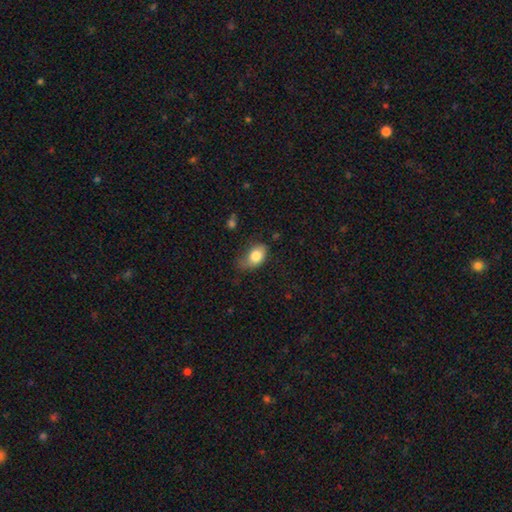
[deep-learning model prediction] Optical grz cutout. It shows a smooth galaxy with no disk features (77%) that is in between round and cigar-shaped (84%). Merging: none (41%).